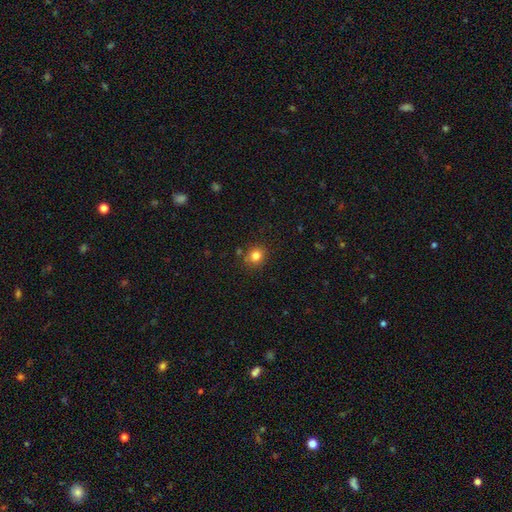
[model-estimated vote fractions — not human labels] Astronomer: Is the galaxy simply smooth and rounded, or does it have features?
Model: smooth — 81%.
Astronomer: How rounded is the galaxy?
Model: round — 81%.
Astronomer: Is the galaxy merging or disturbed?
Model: none — 85%.